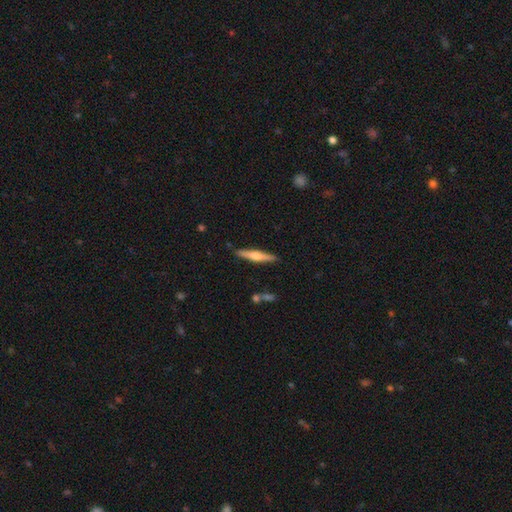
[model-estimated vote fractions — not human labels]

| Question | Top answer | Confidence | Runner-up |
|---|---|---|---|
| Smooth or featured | featured or disk | 60% | smooth (35%) |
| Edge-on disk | yes | 97% | no (3%) |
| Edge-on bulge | rounded | 87% | boxy (8%) |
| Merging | none | 89% | minor disturbance (7%) |